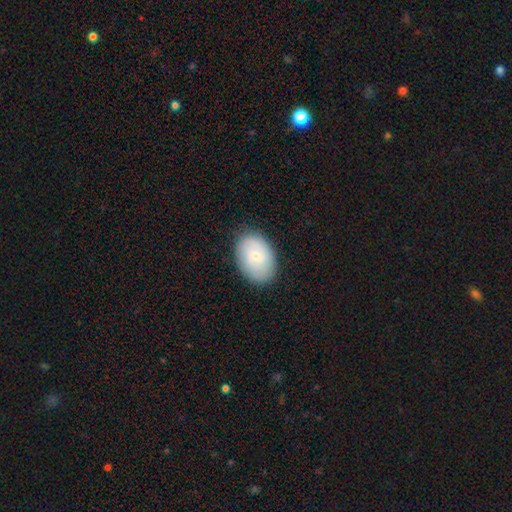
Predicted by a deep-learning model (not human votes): A smooth galaxy with no disk features (63%) that is in between round and cigar-shaped (84%).

Vote fractions:
- Smooth or featured? smooth: 63% / featured or disk: 30% / star or artifact: 7%
- How rounded? in between: 84% / round: 15% / cigar-shaped: 1%
- Merging? none: 84% / minor disturbance: 12% / major disturbance: 3% / merger: 1%